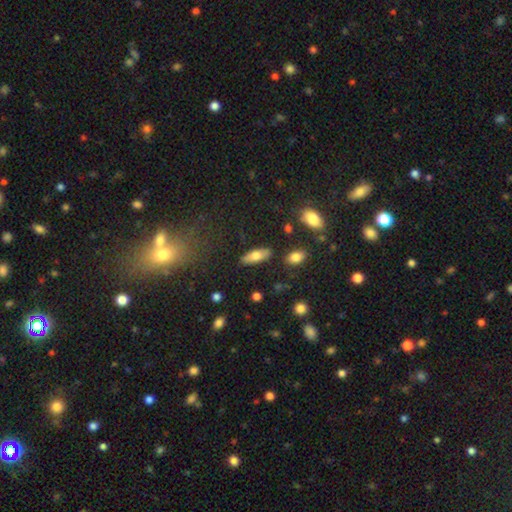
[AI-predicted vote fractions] The model was most divided on "how rounded": in between: 67%, cigar-shaped: 30%, round: 3%. More confident: merging — none (85%); smooth or featured — smooth (70%).